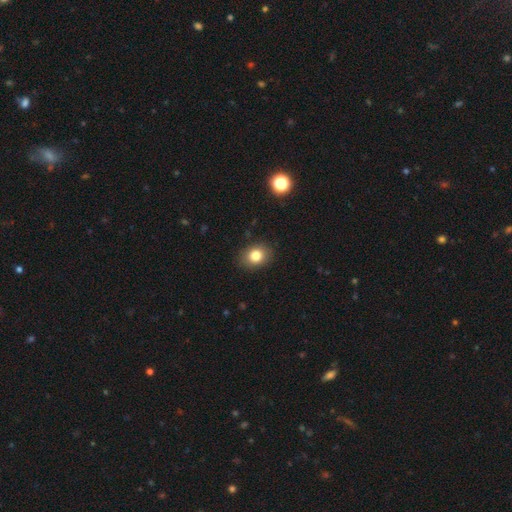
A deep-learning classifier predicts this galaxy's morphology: This is clearly a smooth galaxy (82%). How rounded: possibly round (51%). Merging: clearly none (87%).